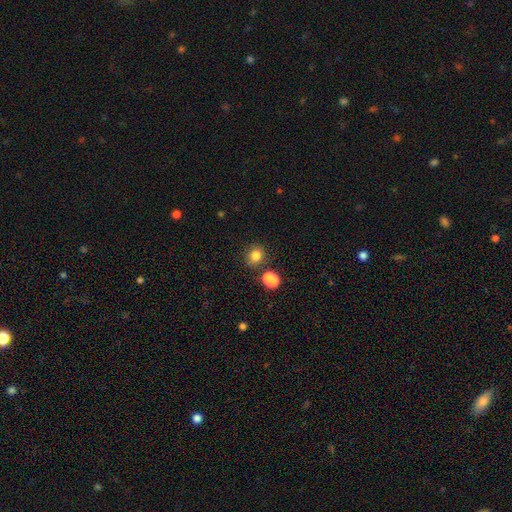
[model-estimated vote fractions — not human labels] Smooth or featured? Predicted: smooth (p=0.81). How rounded? Predicted: round (p=0.72). Merging? Predicted: none (p=0.76).